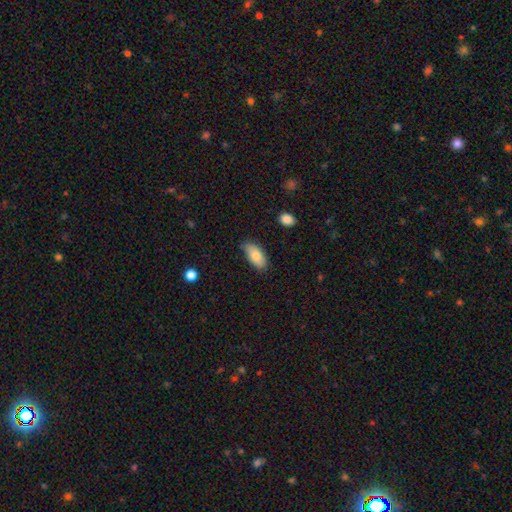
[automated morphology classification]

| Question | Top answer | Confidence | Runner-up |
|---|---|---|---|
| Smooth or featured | smooth | 81% | featured or disk (12%) |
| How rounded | in between | 90% | cigar-shaped (7%) |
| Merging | none | 73% | minor disturbance (22%) |